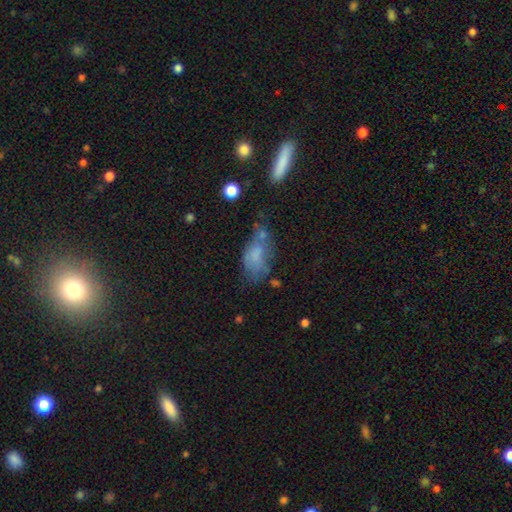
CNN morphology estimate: A smooth galaxy with no disk features (64%) that is in between round and cigar-shaped (88%). Merging: none (34%).